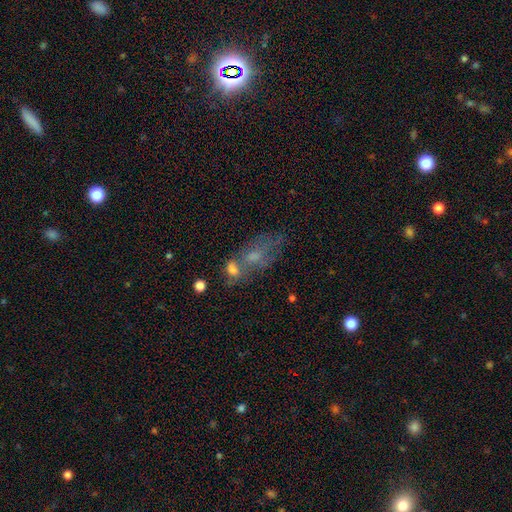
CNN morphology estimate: This appears to be a smooth galaxy with no disk features (52%) that is in between round and cigar-shaped (83%). Merging: merger (46%).